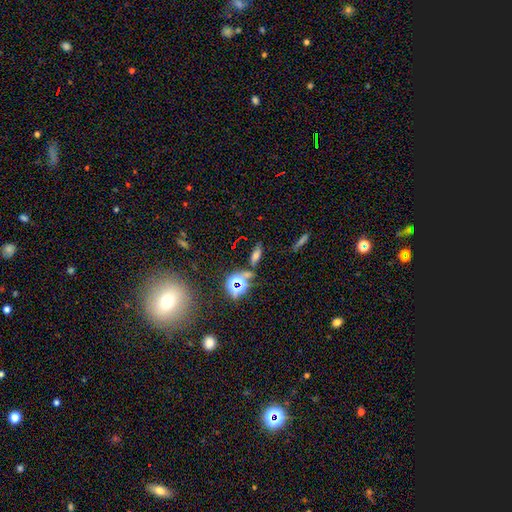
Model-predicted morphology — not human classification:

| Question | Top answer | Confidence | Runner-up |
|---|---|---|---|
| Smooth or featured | smooth | 50% | star or artifact (27%) |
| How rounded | in between | 52% | cigar-shaped (41%) |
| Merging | none | 73% | minor disturbance (13%) |